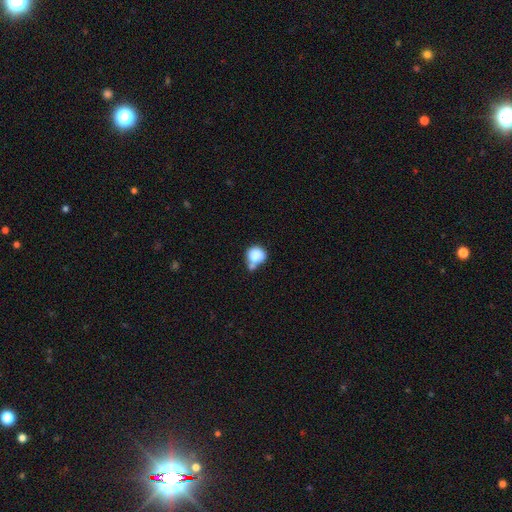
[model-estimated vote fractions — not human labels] Smooth or featured: smooth — 82% (featured or disk — 9%)
How rounded: round — 79% (in between — 20%)
Merging: merger — 41% (none — 35%)